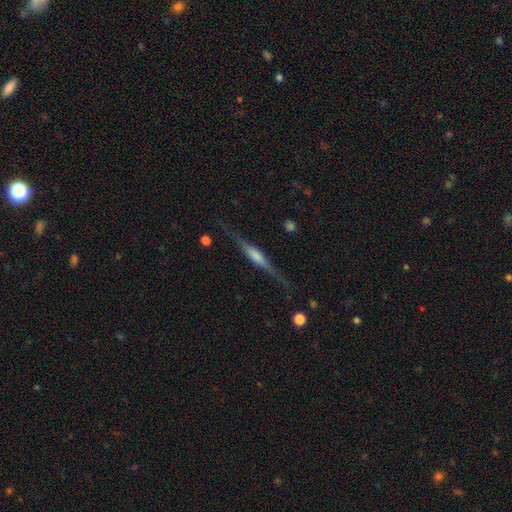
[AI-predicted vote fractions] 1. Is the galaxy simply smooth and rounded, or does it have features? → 81% featured or disk, 12% smooth, 7% star or artifact.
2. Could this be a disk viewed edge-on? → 96% yes, 4% no.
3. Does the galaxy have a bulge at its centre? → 58% rounded, 31% boxy, 11% none.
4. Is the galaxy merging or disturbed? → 82% none, 12% minor disturbance, 4% major disturbance, 2% merger.